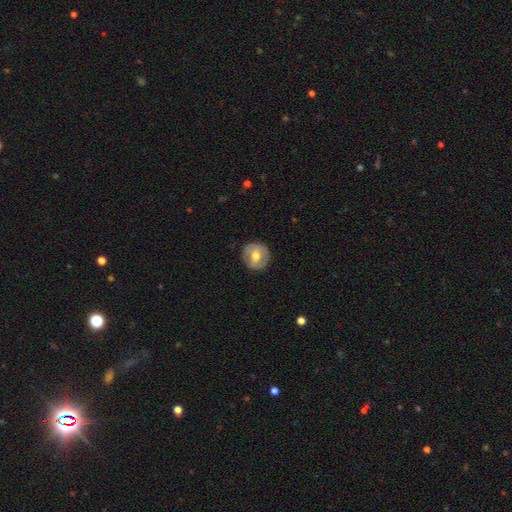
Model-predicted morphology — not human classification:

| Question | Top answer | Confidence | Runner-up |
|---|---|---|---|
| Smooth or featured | smooth | 52% | featured or disk (41%) |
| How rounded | round | 92% | in between (7%) |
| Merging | none | 87% | minor disturbance (10%) |